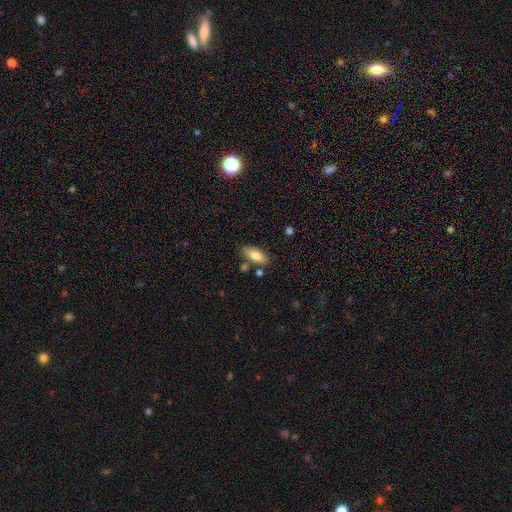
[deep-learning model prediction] The model was most divided on "smooth or featured": smooth: 78%, featured or disk: 15%, star or artifact: 7%. More confident: how rounded — in between (83%); merging — none (77%).